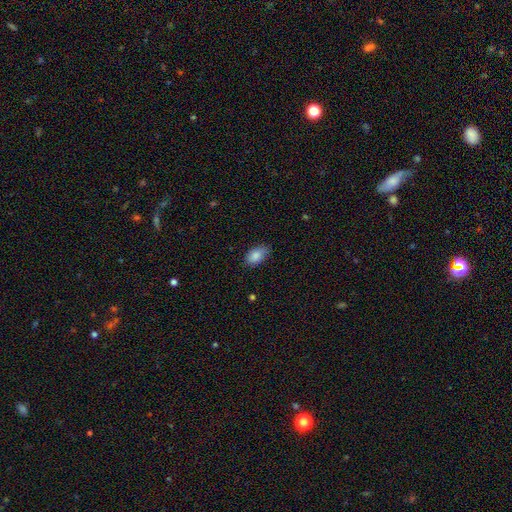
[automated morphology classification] Q: Smooth or featured?
A: smooth (87%); runner-up: star or artifact (7%)
Q: How rounded?
A: in between (92%); runner-up: round (6%)
Q: Merging?
A: none (77%); runner-up: minor disturbance (19%)